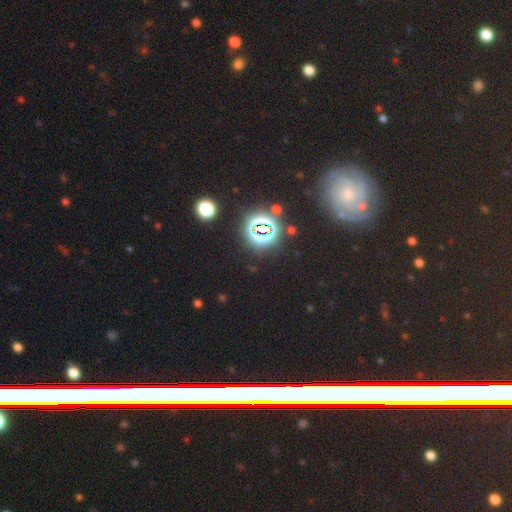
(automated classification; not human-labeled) Smooth or featured: star or artifact — 63% (smooth — 25%)